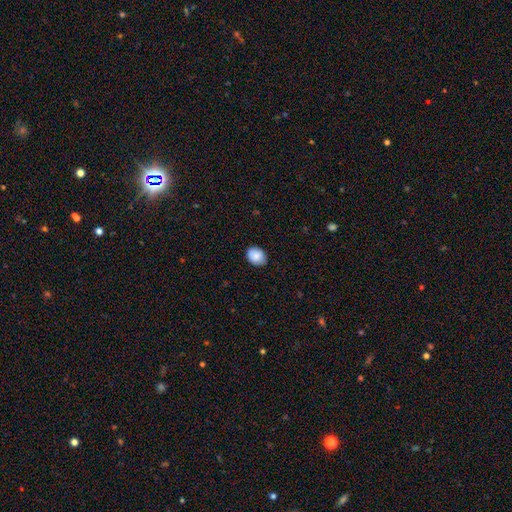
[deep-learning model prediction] smooth 87%, star or artifact 7%, featured or disk 6%. Down the decision tree: how rounded — in between (63%); merging — none (86%).